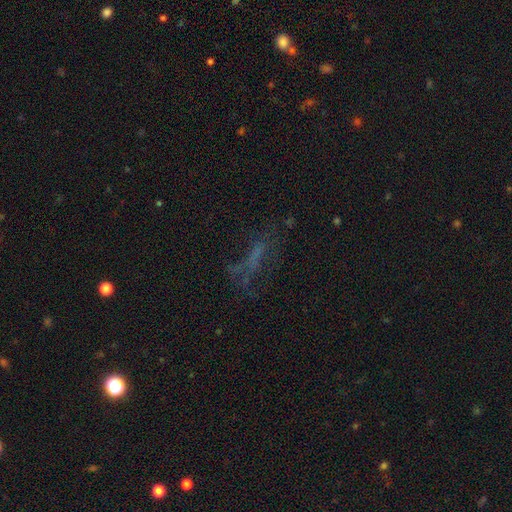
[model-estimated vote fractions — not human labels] Smooth or featured?
  - featured or disk: 35% *
  - smooth: 33%
  - star or artifact: 31%
Merging?
  - none: 48% *
  - major disturbance: 30%
  - minor disturbance: 17%
  - merger: 5%